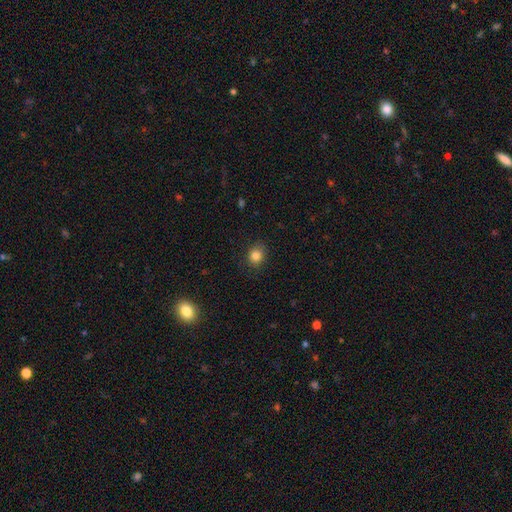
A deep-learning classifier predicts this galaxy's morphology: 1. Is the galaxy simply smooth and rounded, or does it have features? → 83% smooth, 11% star or artifact, 6% featured or disk.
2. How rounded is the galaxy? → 73% round, 26% in between, 1% cigar-shaped.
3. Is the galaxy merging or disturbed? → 86% none, 10% minor disturbance, 3% major disturbance, 1% merger.